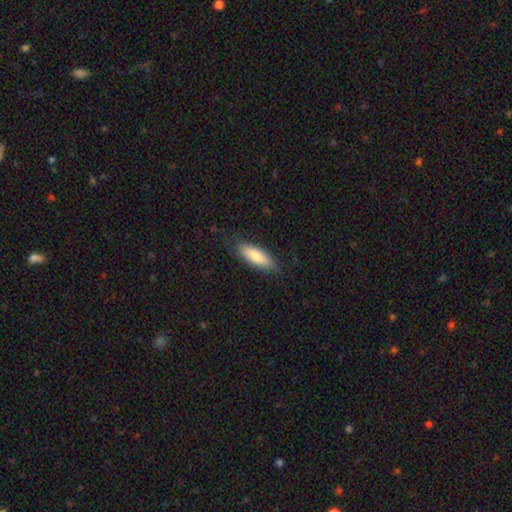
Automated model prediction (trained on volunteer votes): Smooth or featured?
  - smooth: 78% *
  - featured or disk: 16%
  - star or artifact: 6%
How rounded?
  - in between: 62% *
  - cigar-shaped: 37%
  - round: 2%
Merging?
  - none: 81% *
  - minor disturbance: 14%
  - major disturbance: 3%
  - merger: 1%